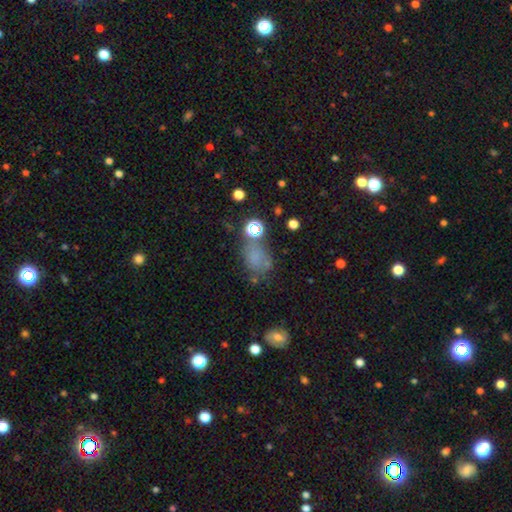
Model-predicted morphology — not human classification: Smooth or featured? Predicted: smooth (p=0.61). How rounded? Predicted: in between (p=0.66). Merging? Predicted: none (p=0.48).